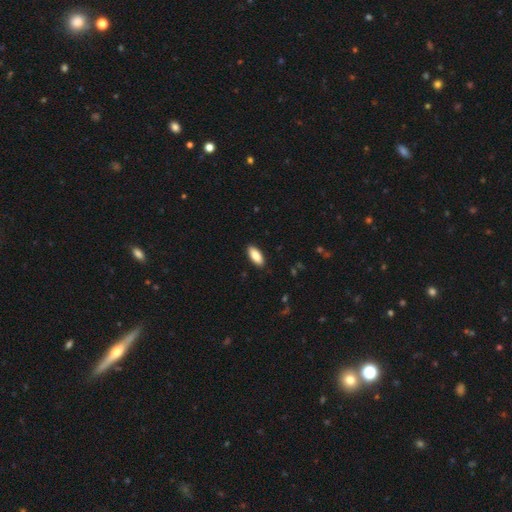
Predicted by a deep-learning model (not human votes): This is clearly a smooth galaxy (88%). How rounded: clearly in between (84%). Merging: clearly none (90%).